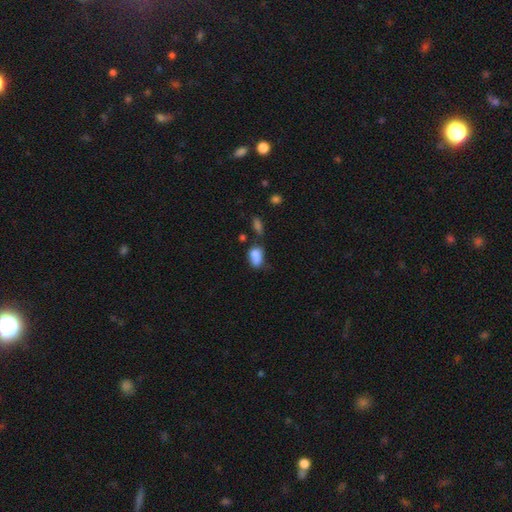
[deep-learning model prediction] Overall: smooth (82%). How rounded: in between (83%). Merging: none (39%; minor disturbance 28%).